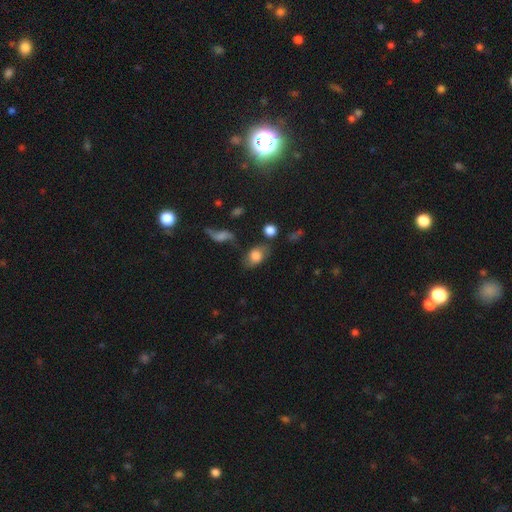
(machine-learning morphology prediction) Smooth or featured: smooth — 64% (featured or disk — 27%)
How rounded: in between — 80% (round — 18%)
Merging: none — 59% (minor disturbance — 23%)